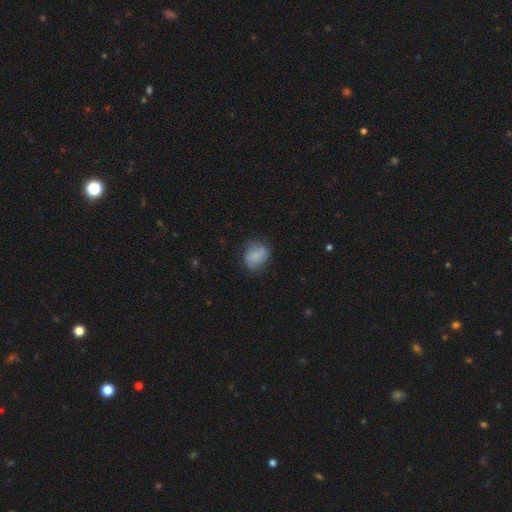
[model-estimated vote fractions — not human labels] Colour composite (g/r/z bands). It shows a smooth galaxy with no disk features (77%) that is round (51%). Merging: none (59%).